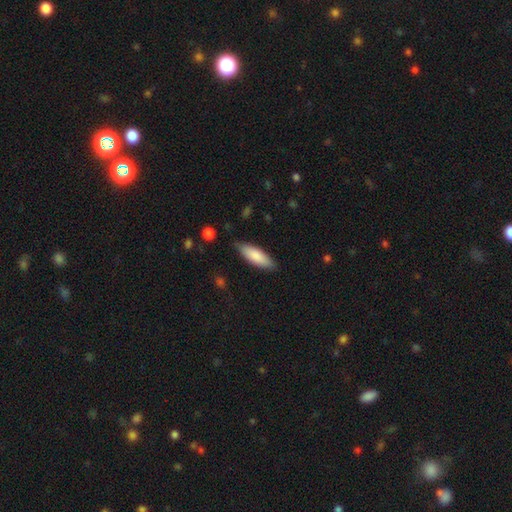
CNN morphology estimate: This appears to be a smooth galaxy with no disk features (83%) that is in between round and cigar-shaped (59%). Merging: none (81%).